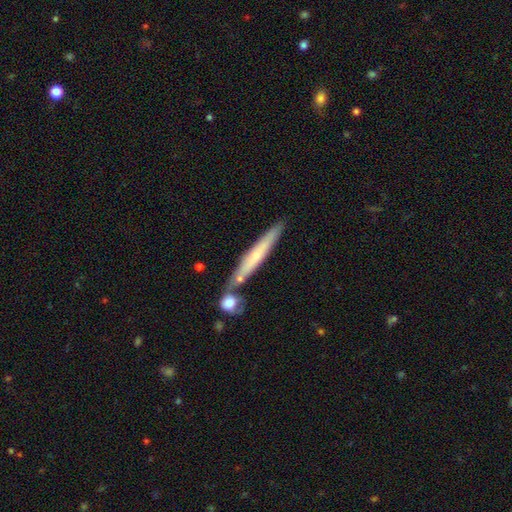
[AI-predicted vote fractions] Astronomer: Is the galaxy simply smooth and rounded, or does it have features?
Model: smooth — 53% (runner-up: featured or disk, 40%).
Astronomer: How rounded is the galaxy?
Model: cigar-shaped — 94%.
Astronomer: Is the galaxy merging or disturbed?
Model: none — 69%.